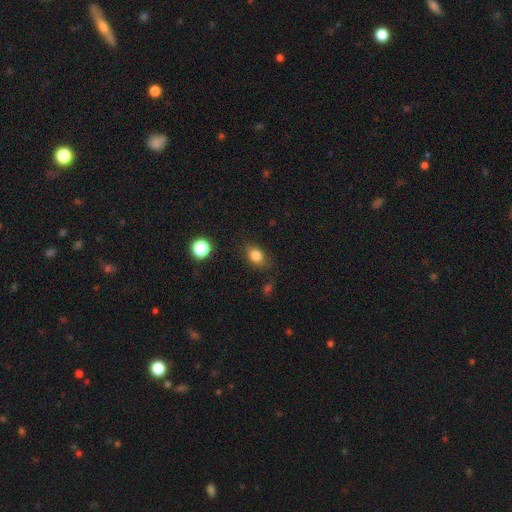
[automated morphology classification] The model was most divided on "how rounded": in between: 71%, round: 27%, cigar-shaped: 2%. More confident: smooth or featured — smooth (81%); merging — none (79%).